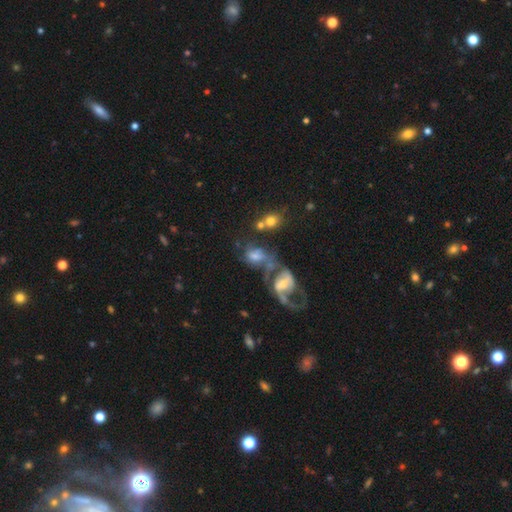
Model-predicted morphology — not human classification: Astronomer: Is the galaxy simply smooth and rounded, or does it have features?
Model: featured or disk — 50% (runner-up: smooth, 36%).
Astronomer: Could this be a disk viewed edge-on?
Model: no — 96%.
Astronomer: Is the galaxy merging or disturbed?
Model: merger — 54%.